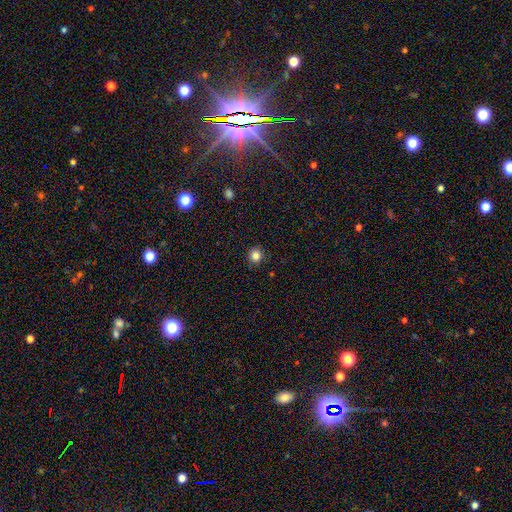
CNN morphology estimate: smooth_or_featured: smooth (p=0.84) [alt: star or artifact p=0.12]
how_rounded: round (p=0.92) [alt: in between p=0.07]
merging: none (p=0.90) [alt: minor disturbance p=0.07]